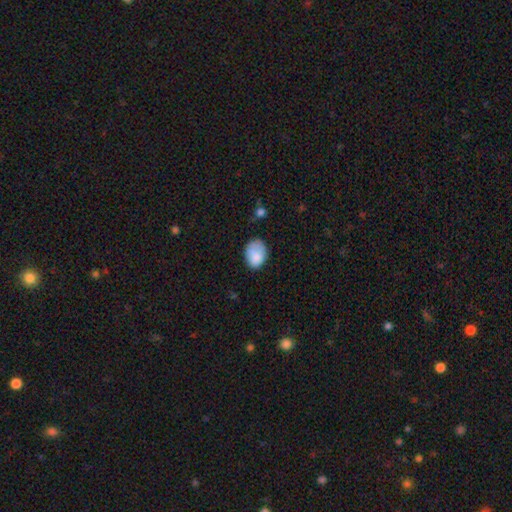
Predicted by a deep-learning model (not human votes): Overall: smooth (84%). How rounded: in between (73%). Merging: none (56%; minor disturbance 31%).